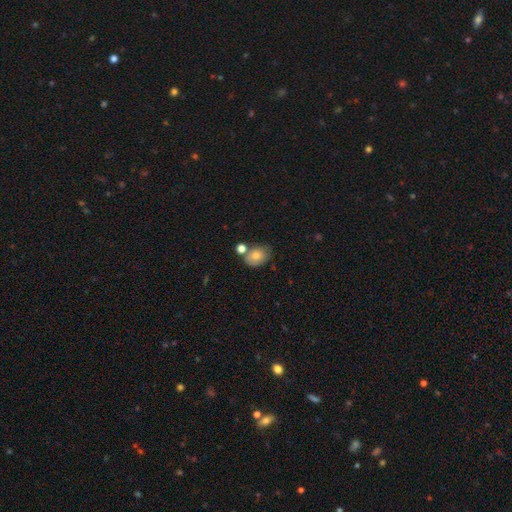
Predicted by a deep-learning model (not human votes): A smooth galaxy with no disk features (79%) that is in between round and cigar-shaped (66%).

Vote fractions:
- Smooth or featured? smooth: 79% / featured or disk: 13% / star or artifact: 8%
- How rounded? in between: 66% / round: 33% / cigar-shaped: 1%
- Merging? none: 54% / minor disturbance: 20% / merger: 20% / major disturbance: 6%